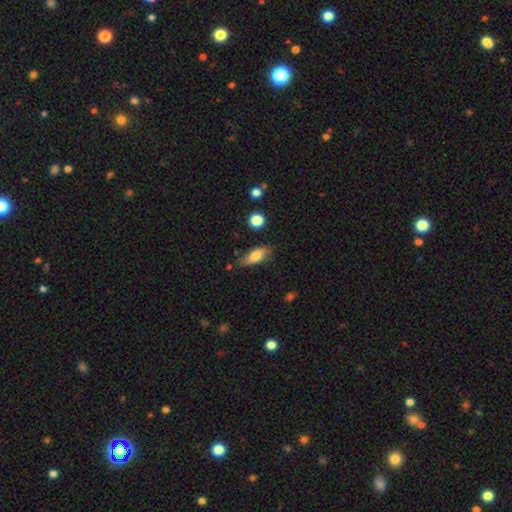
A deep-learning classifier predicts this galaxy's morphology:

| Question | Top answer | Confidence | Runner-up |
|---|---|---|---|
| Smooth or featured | smooth | 74% | featured or disk (19%) |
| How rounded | in between | 73% | cigar-shaped (24%) |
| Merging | none | 76% | minor disturbance (18%) |